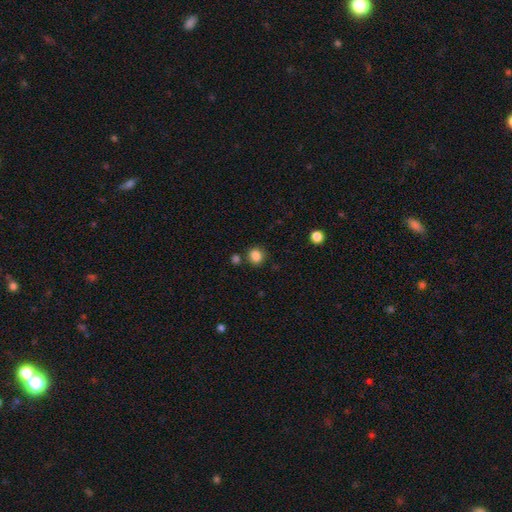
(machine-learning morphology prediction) Smooth or featured?
  - smooth: 85% *
  - star or artifact: 11%
  - featured or disk: 4%
How rounded?
  - round: 76% *
  - in between: 23%
  - cigar-shaped: 1%
Merging?
  - none: 81% *
  - minor disturbance: 10%
  - merger: 6%
  - major disturbance: 3%